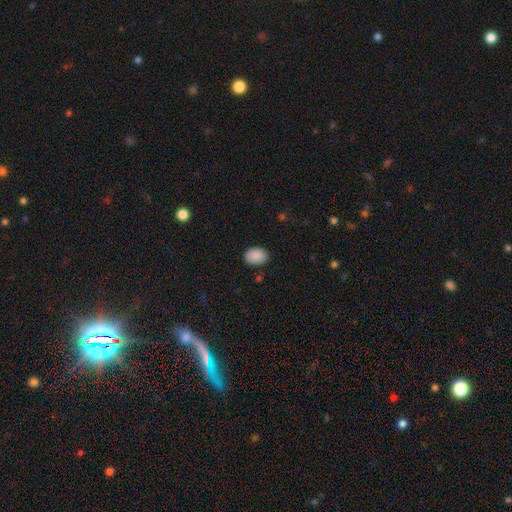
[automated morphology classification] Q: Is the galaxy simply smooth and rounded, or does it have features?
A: smooth — 89%.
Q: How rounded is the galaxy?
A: in between — 77%.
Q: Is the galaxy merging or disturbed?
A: none — 85%.